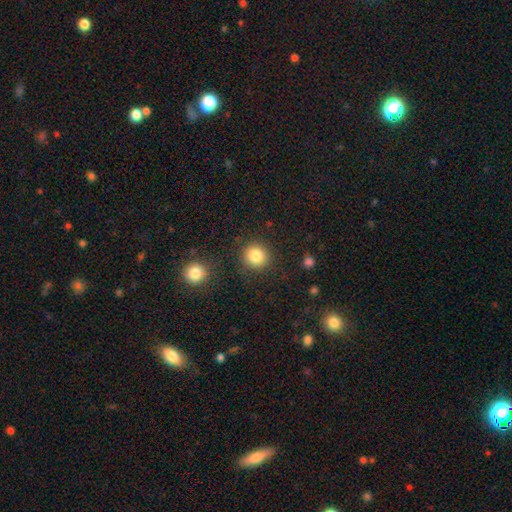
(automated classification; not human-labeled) This is clearly a smooth galaxy (84%). How rounded: clearly round (91%). Merging: clearly none (87%).